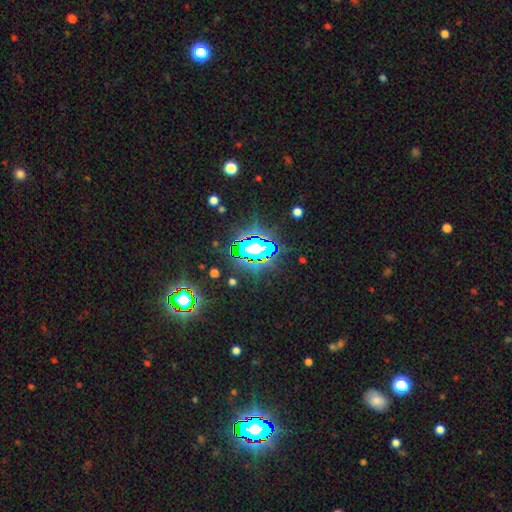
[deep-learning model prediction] This appears to be a star or artifact, not a galaxy (77%).